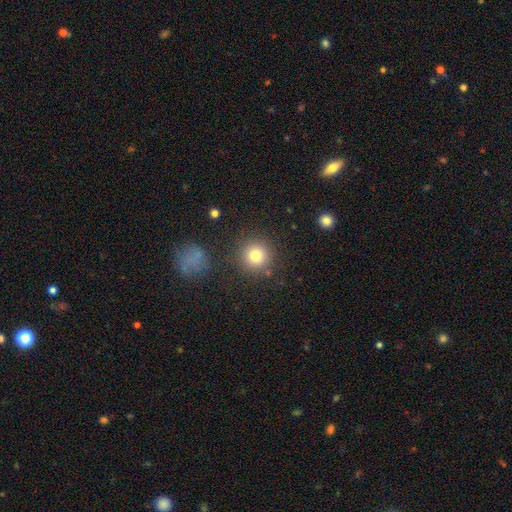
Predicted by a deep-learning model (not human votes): smooth_or_featured: smooth (p=0.79) [alt: star or artifact p=0.13]
how_rounded: round (p=0.94) [alt: in between p=0.05]
merging: none (p=0.85) [alt: minor disturbance p=0.08]